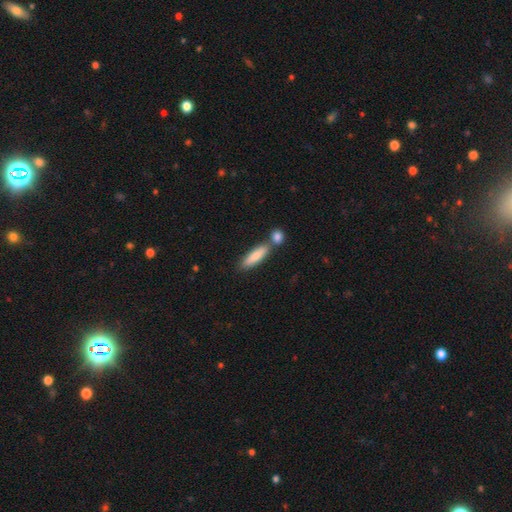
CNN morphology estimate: The model was most divided on "how rounded": cigar-shaped: 60%, in between: 38%, round: 2%. More confident: smooth or featured — smooth (79%); merging — none (57%).